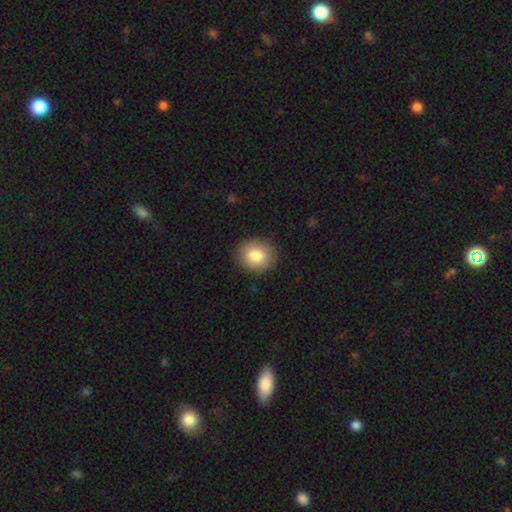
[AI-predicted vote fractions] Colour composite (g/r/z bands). It shows a smooth galaxy with no disk features (84%) that is round (73%). Merging: none (88%).